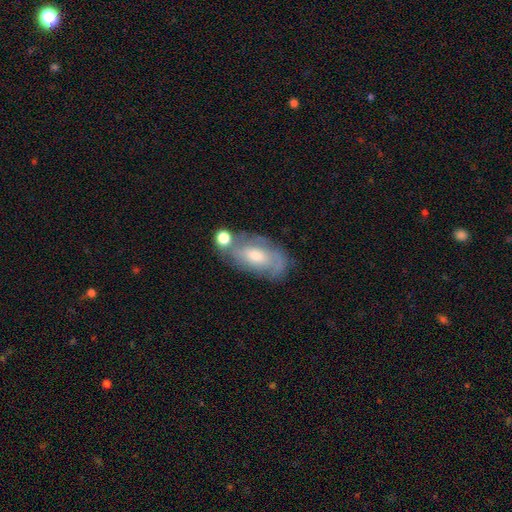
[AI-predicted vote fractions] A featured or disk galaxy (57%) with no bar (65%), spiral arms (64%) and a moderate central bulge (62%). Merging: none (52%).